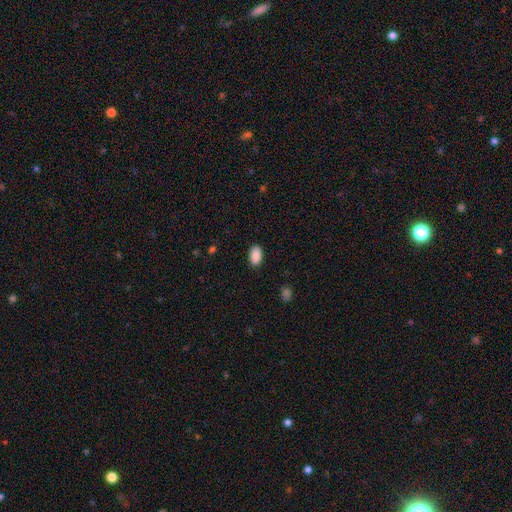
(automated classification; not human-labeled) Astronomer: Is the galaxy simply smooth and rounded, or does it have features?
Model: smooth — 89%.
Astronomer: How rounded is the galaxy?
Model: in between — 93%.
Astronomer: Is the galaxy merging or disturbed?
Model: none — 88%.